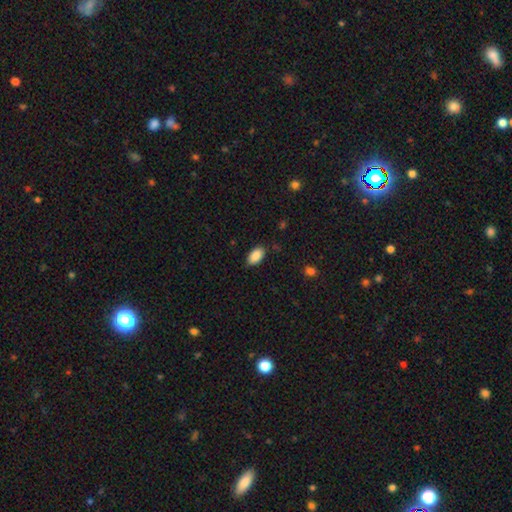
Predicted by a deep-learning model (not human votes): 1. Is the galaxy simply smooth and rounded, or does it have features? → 89% smooth, 7% star or artifact, 4% featured or disk.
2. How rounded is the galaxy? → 94% in between, 4% round, 2% cigar-shaped.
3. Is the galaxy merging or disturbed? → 84% none, 12% minor disturbance, 3% major disturbance, 1% merger.